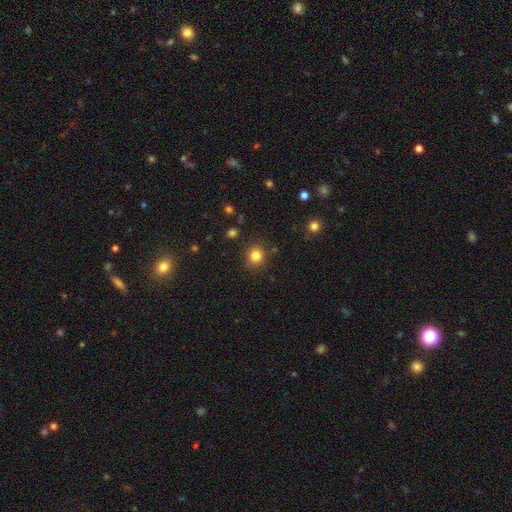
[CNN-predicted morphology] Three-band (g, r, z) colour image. It shows a smooth galaxy with no disk features (83%) that is round (87%). Merging: none (86%).